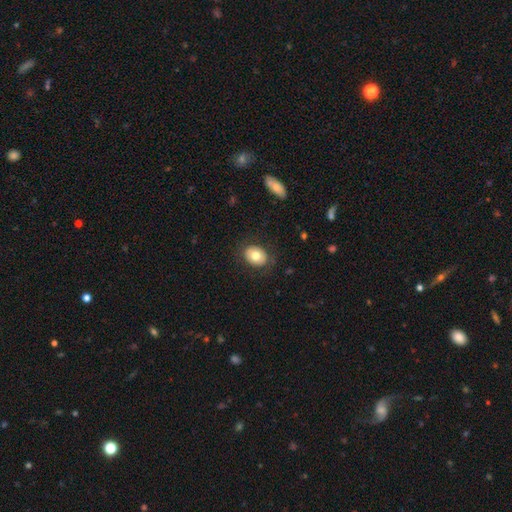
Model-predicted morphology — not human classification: Overall: smooth (74%). How rounded: in between (56%; round 43%). Merging: none (84%).